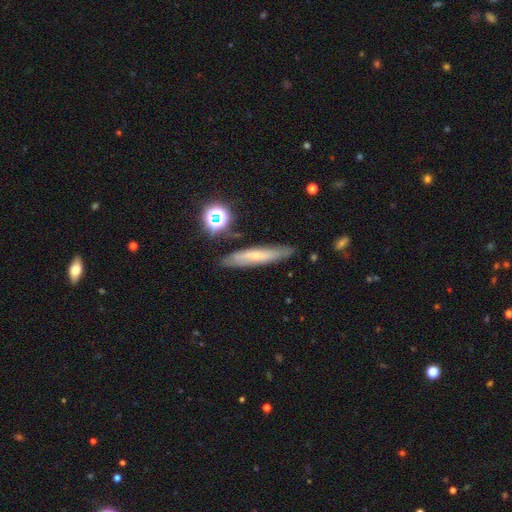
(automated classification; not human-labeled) This appears to be a smooth galaxy with no disk features (50%). Merging: none (82%).